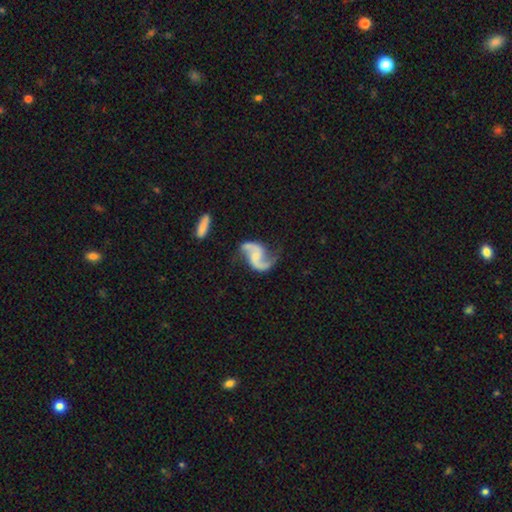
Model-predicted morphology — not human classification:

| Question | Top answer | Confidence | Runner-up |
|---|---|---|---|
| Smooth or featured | featured or disk | 91% | smooth (5%) |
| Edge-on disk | no | 98% | yes (2%) |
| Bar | no | 50% | weak (38%) |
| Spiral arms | yes | 97% | no (3%) |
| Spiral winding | loose | 67% | medium (29%) |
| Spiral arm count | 2 | 93% | 1 (2%) |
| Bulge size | small | 53% | moderate (28%) |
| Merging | none | 69% | minor disturbance (18%) |